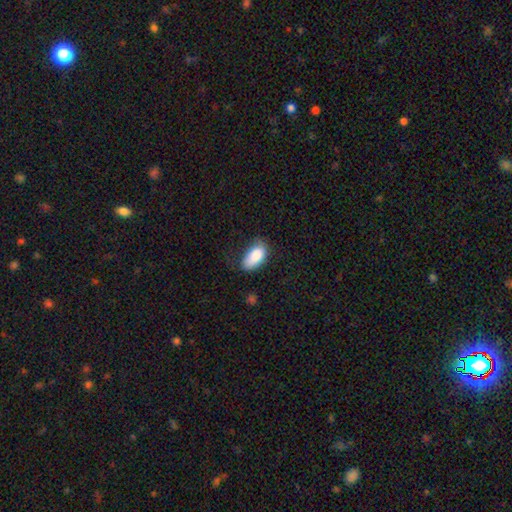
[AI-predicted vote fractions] Q: Smooth or featured?
A: smooth (86%); runner-up: featured or disk (8%)
Q: How rounded?
A: in between (94%); runner-up: round (3%)
Q: Merging?
A: none (54%); runner-up: minor disturbance (33%)